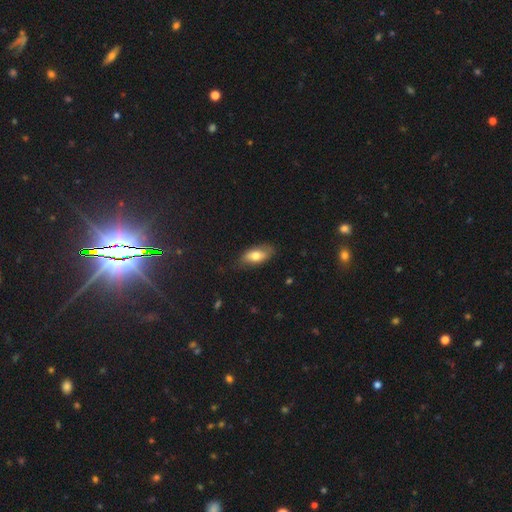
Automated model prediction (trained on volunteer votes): Overall: smooth (74%). How rounded: in between (87%). Merging: none (76%).